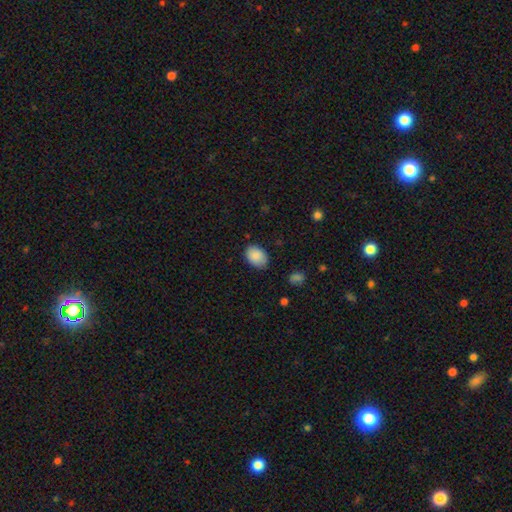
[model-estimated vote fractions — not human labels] A smooth galaxy with no disk features (88%) that is in between round and cigar-shaped (76%).

Vote fractions:
- Smooth or featured? smooth: 88% / star or artifact: 7% / featured or disk: 4%
- How rounded? in between: 76% / round: 23% / cigar-shaped: 1%
- Merging? none: 80% / minor disturbance: 16% / major disturbance: 3% / merger: 1%